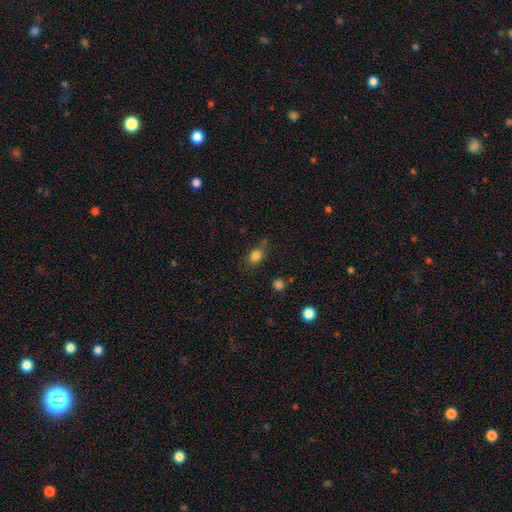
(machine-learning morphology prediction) Smooth or featured? Predicted: smooth (p=0.82). How rounded? Predicted: in between (p=0.53). Merging? Predicted: none (p=0.68).